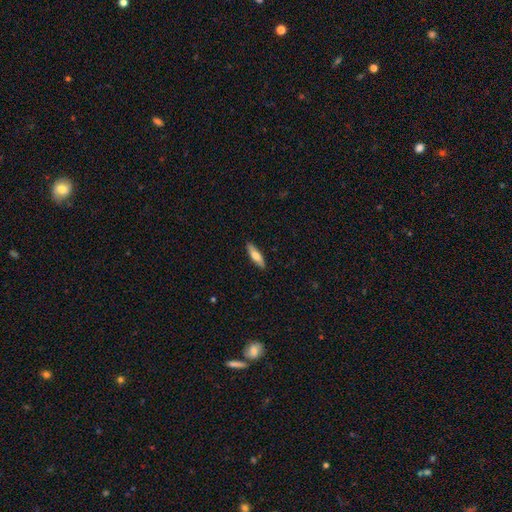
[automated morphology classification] smooth_or_featured: smooth (p=0.64) [alt: featured or disk p=0.31]
how_rounded: cigar-shaped (p=0.69) [alt: in between p=0.29]
merging: none (p=0.89) [alt: minor disturbance p=0.08]